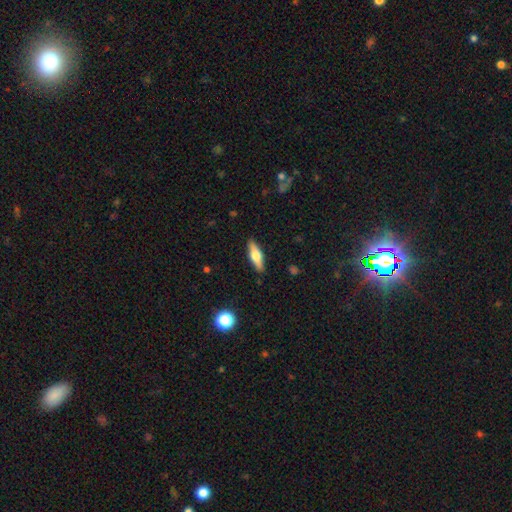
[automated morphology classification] type=smooth (52%); roundness=cigar-shaped (50%); merging=none (89%).